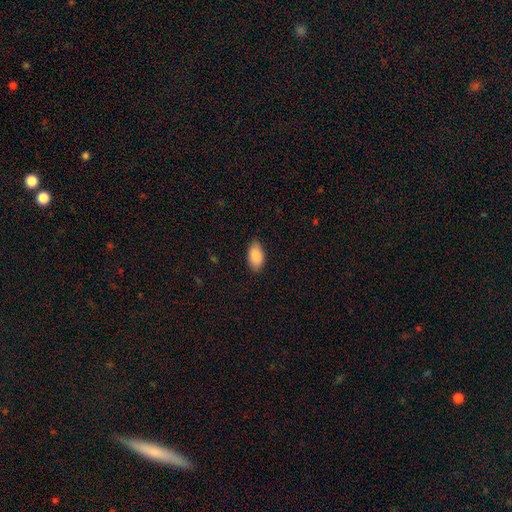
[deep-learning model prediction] A smooth galaxy with no disk features (90%) that is in between round and cigar-shaped (95%). Merging: none (85%).